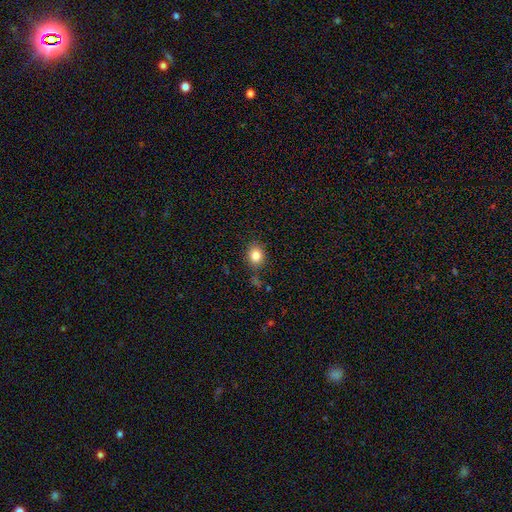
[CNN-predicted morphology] smooth_or_featured: smooth (p=0.83) [alt: star or artifact p=0.10]
how_rounded: round (p=0.62) [alt: in between p=0.37]
merging: none (p=0.80) [alt: minor disturbance p=0.13]